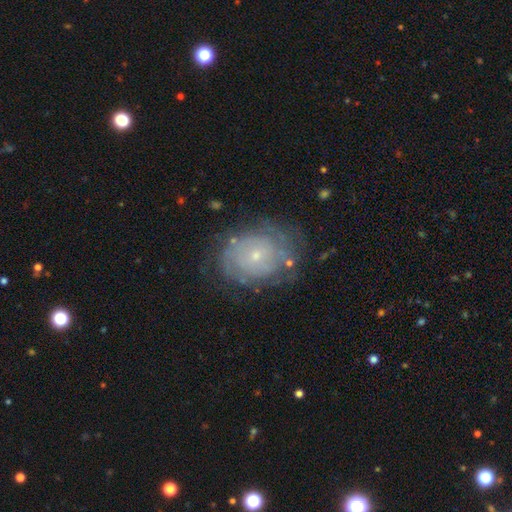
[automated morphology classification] Q: Smooth or featured?
A: featured or disk (69%); runner-up: smooth (23%)
Q: Edge-on disk?
A: no (97%); runner-up: yes (3%)
Q: Bar?
A: no (83%); runner-up: weak (15%)
Q: Spiral arms?
A: yes (79%); runner-up: no (21%)
Q: Spiral winding?
A: tight (75%); runner-up: medium (18%)
Q: Spiral arm count?
A: can't tell (60%); runner-up: 2 (14%)
Q: Bulge size?
A: small (79%); runner-up: moderate (17%)
Q: Merging?
A: none (70%); runner-up: minor disturbance (20%)